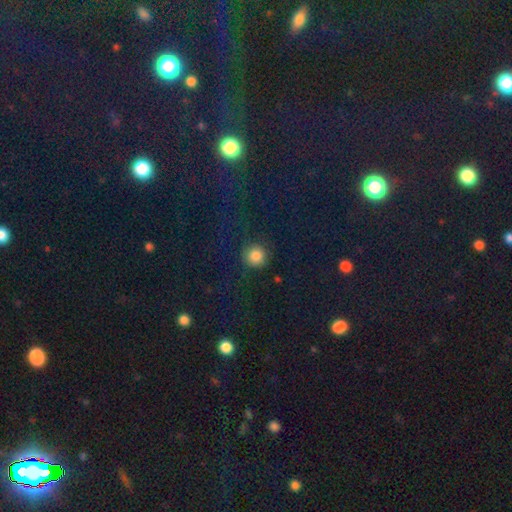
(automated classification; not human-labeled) Smooth or featured? Predicted: smooth (p=0.80). How rounded? Predicted: round (p=0.94). Merging? Predicted: none (p=0.87).